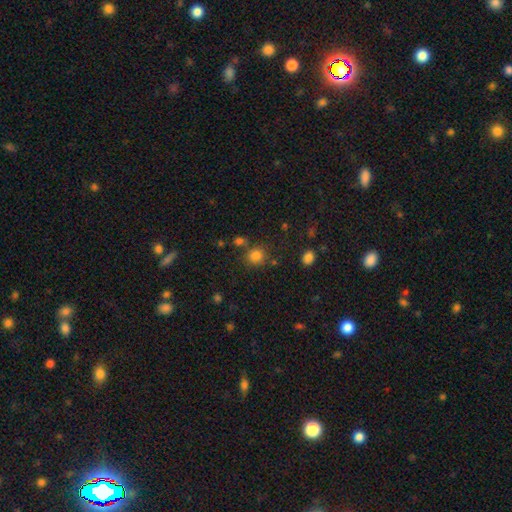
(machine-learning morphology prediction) A smooth galaxy with no disk features (82%) that is round (87%).

Vote fractions:
- Smooth or featured? smooth: 82% / star or artifact: 13% / featured or disk: 5%
- How rounded? round: 87% / in between: 13% / cigar-shaped: 1%
- Merging? none: 76% / merger: 10% / minor disturbance: 10% / major disturbance: 4%